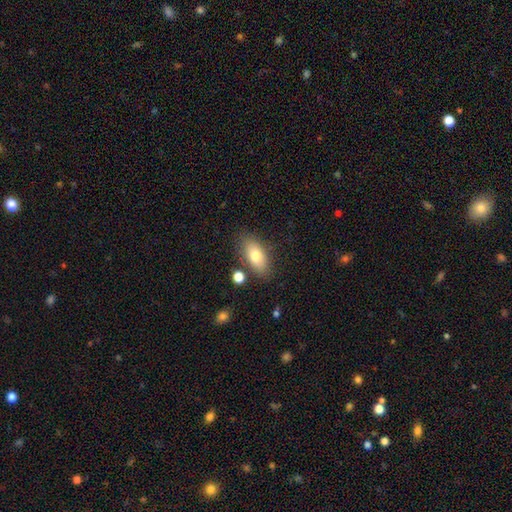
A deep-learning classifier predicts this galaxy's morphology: A smooth galaxy with no disk features (75%) that is in between round and cigar-shaped (88%). Merging: none (79%).